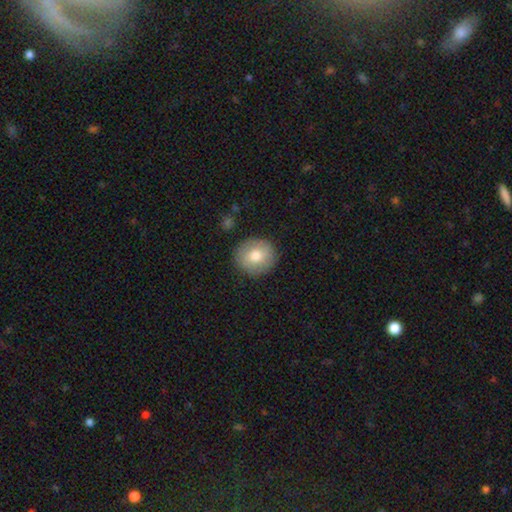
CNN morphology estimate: smooth 74%, featured or disk 18%, star or artifact 8%. Down the decision tree: how rounded — round (88%); merging — none (88%).